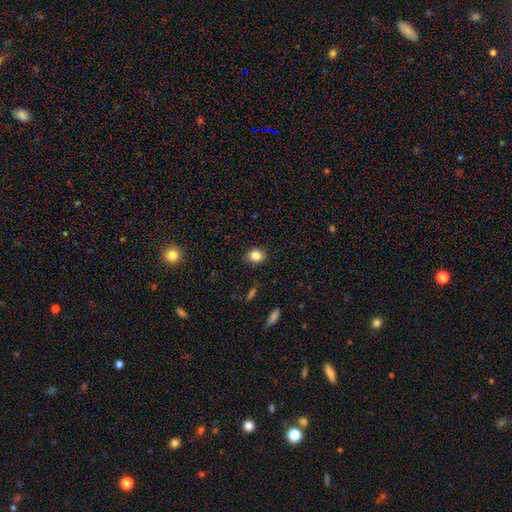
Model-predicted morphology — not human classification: Overall: smooth (84%). How rounded: round (56%; in between 43%). Merging: none (88%).